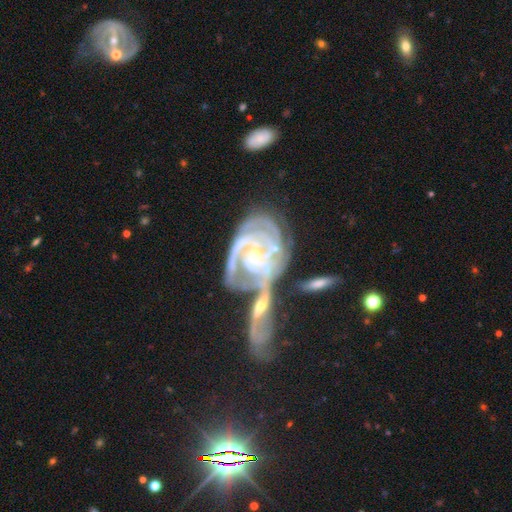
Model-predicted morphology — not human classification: This appears to be a featured or disk galaxy (88%) with no bar (64%), tight (64%) spiral arms (95%) and a small central bulge (75%). Merging: merger (46%).